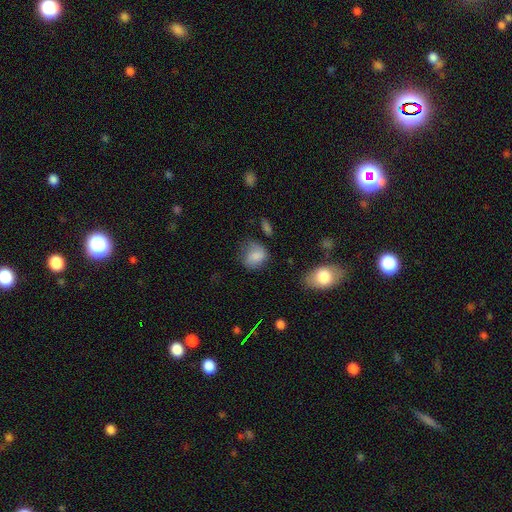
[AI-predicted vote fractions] A smooth galaxy with no disk features (79%) that is round (64%).

Vote fractions:
- Smooth or featured? smooth: 79% / featured or disk: 11% / star or artifact: 10%
- How rounded? round: 64% / in between: 35% / cigar-shaped: 1%
- Merging? none: 53% / minor disturbance: 30% / major disturbance: 14% / merger: 3%